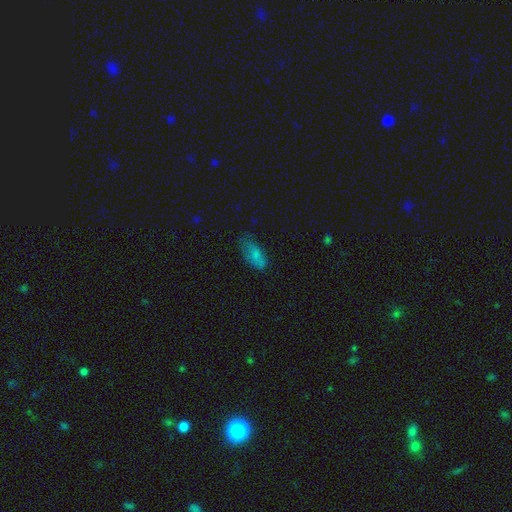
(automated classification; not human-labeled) Morphology: type=smooth (76%); roundness=in between (85%); merging=none (58%).